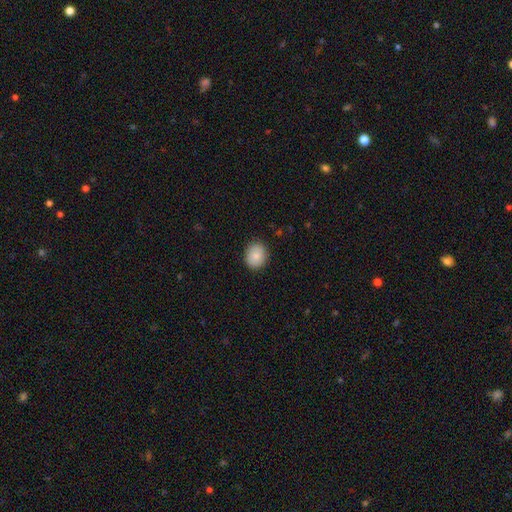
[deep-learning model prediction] This is clearly a smooth galaxy (84%). How rounded: likely round (62%). Merging: clearly none (88%).